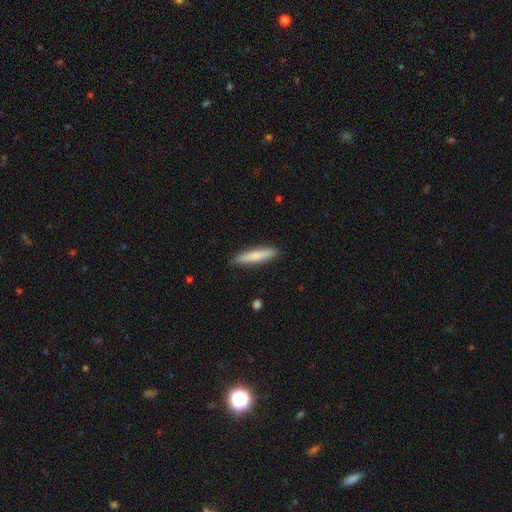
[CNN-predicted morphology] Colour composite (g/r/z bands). It shows a smooth galaxy with no disk features (77%) that is cigar-shaped (85%). Merging: none (89%).